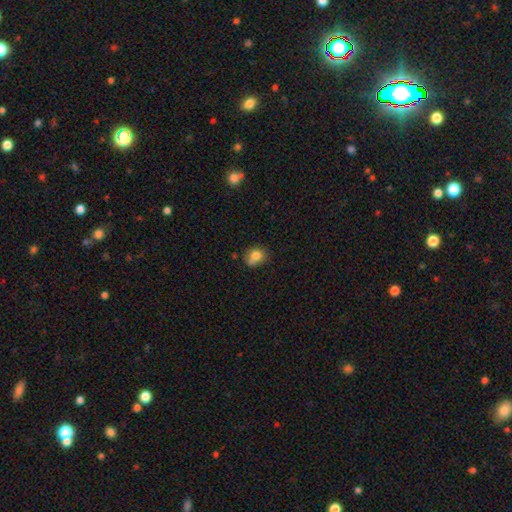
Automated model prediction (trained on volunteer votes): This is likely a smooth galaxy (76%). How rounded: likely round (64%). Merging: possibly none (51%).